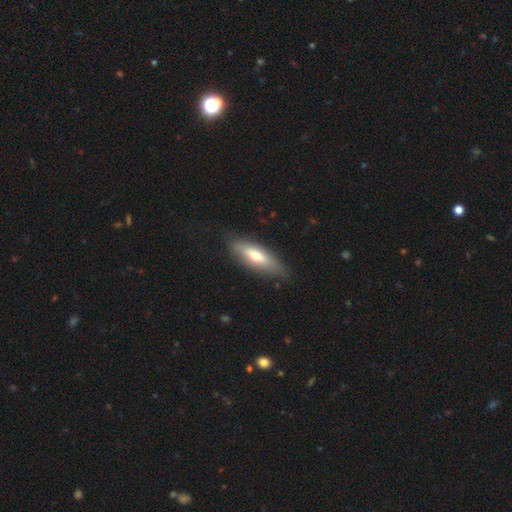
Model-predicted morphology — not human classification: Smooth or featured: smooth — 59% (featured or disk — 35%)
How rounded: in between — 50% (cigar-shaped — 47%)
Merging: none — 79% (minor disturbance — 16%)